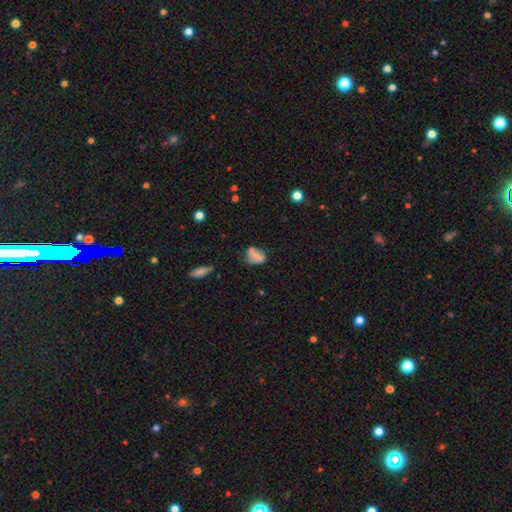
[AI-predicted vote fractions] A smooth galaxy with no disk features (60%) that is in between round and cigar-shaped (75%).

Vote fractions:
- Smooth or featured? smooth: 60% / featured or disk: 30% / star or artifact: 10%
- How rounded? in between: 75% / round: 23% / cigar-shaped: 2%
- Merging? none: 48% / minor disturbance: 30% / major disturbance: 11% / merger: 11%